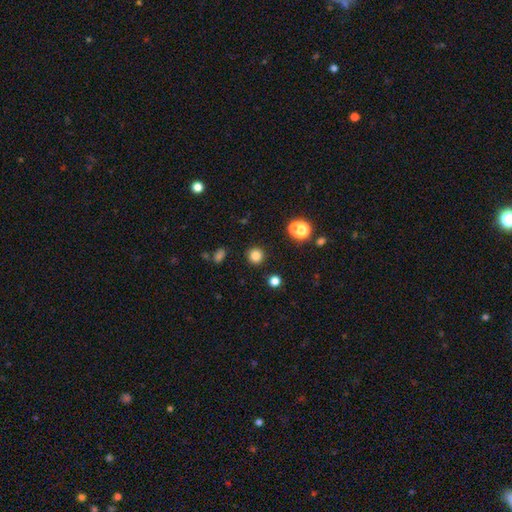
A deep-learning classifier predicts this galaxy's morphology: Smooth or featured: smooth — 82% (star or artifact — 14%)
How rounded: round — 93% (in between — 6%)
Merging: none — 89% (minor disturbance — 6%)